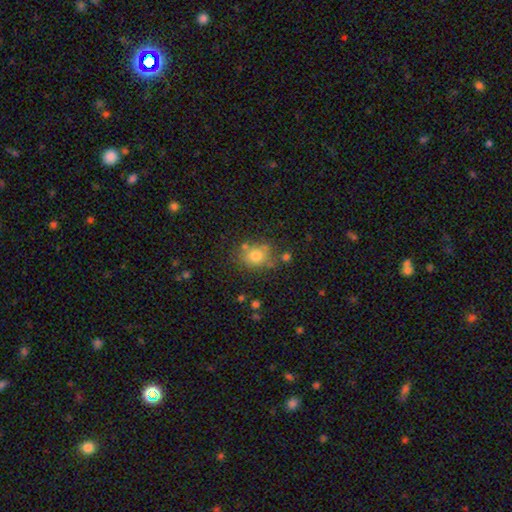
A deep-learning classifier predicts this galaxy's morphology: This appears to be a smooth galaxy with no disk features (76%) that is round (62%). Merging: none (67%).